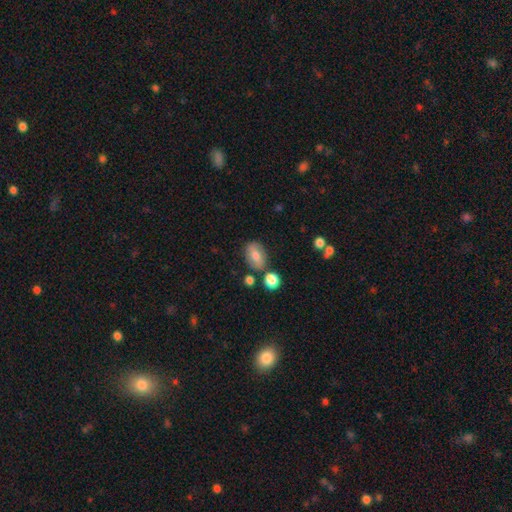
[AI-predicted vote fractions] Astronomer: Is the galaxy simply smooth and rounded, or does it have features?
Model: smooth — 69%.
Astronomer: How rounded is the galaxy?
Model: in between — 79%.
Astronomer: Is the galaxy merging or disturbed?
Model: none — 74%.